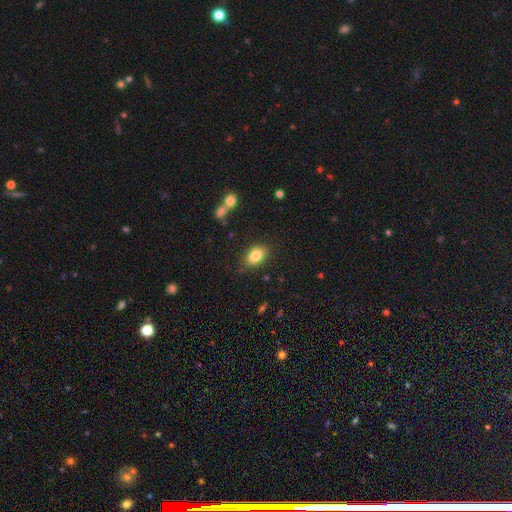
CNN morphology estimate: Smooth or featured: smooth — 83% (featured or disk — 9%)
How rounded: in between — 87% (round — 11%)
Merging: none — 81% (minor disturbance — 13%)